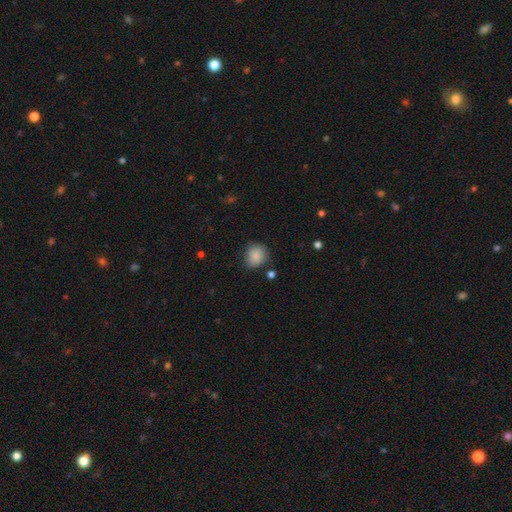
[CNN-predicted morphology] Smooth or featured?
  - smooth: 86% *
  - star or artifact: 9%
  - featured or disk: 5%
How rounded?
  - round: 74% *
  - in between: 25%
  - cigar-shaped: 1%
Merging?
  - none: 71% *
  - minor disturbance: 22%
  - major disturbance: 5%
  - merger: 3%